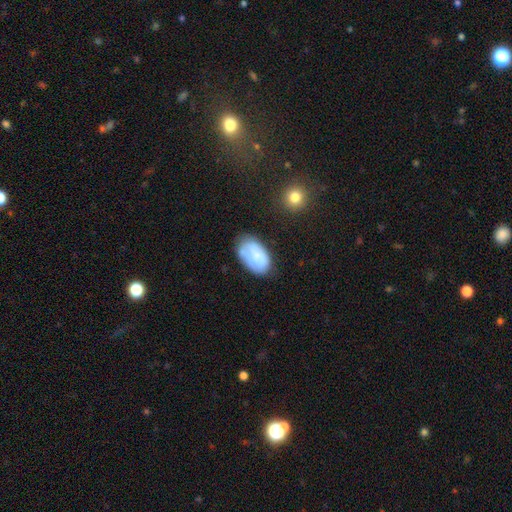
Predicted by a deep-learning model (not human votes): The model was most divided on "smooth or featured": smooth: 64%, featured or disk: 28%, star or artifact: 8%. More confident: how rounded — in between (93%); merging — none (64%).